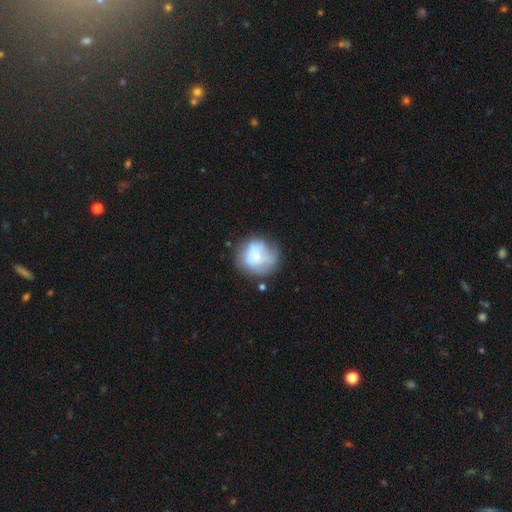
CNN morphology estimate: featured or disk 47%, smooth 45%, star or artifact 8%. Down the decision tree: merging — none (52%).